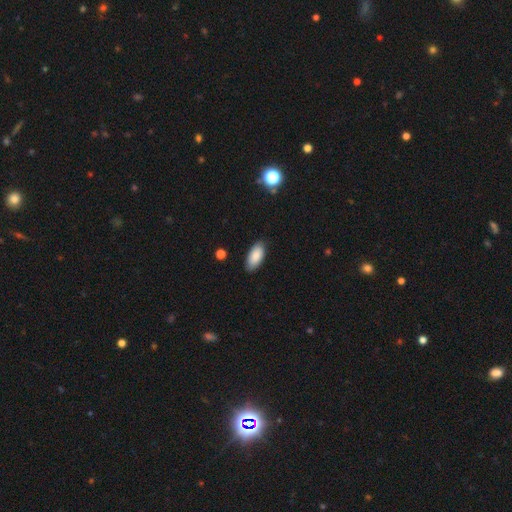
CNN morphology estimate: smooth-or-featured: smooth: 87% | featured or disk: 7% | star or artifact: 6%
  how-rounded: in between: 91% | cigar-shaped: 7% | round: 2%
  merging: none: 86% | minor disturbance: 11% | major disturbance: 2% | merger: 1%